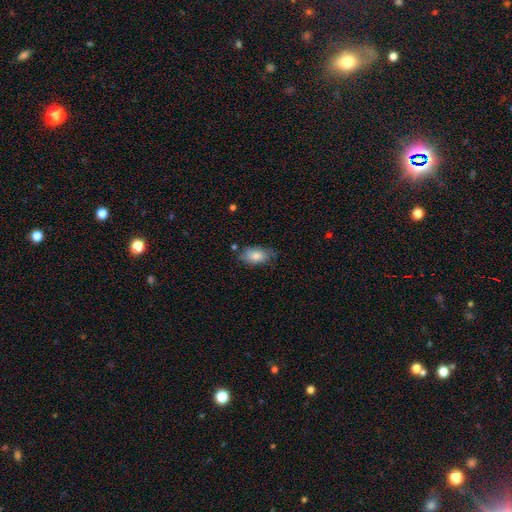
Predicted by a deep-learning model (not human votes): Smooth or featured? smooth (80%)
How rounded? in between (92%)
Merging? none (66%)